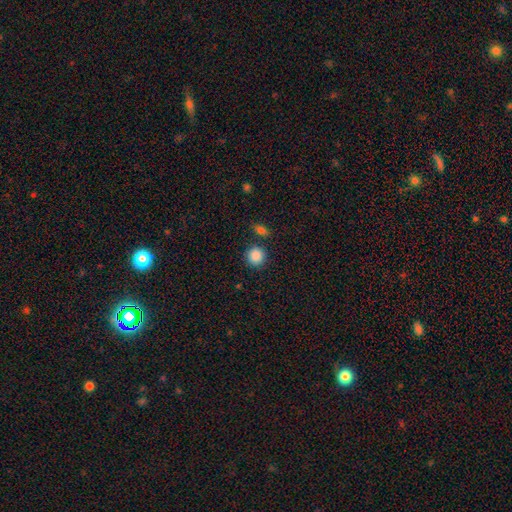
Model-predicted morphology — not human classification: smooth-or-featured: smooth: 88% | star or artifact: 9% | featured or disk: 3%
  how-rounded: round: 92% | in between: 7% | cigar-shaped: 1%
  merging: none: 84% | minor disturbance: 8% | merger: 5% | major disturbance: 3%